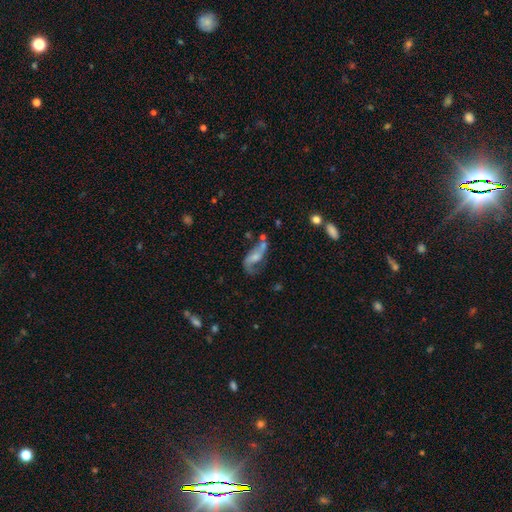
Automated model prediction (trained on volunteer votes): A featured or disk galaxy (68%) with no bar (50%), 2 (78%) loose (68%) spiral arms (85%) and a moderate central bulge (38%). Merging: none (39%).